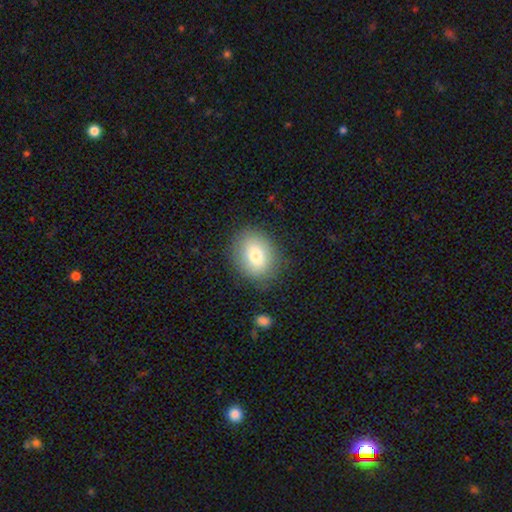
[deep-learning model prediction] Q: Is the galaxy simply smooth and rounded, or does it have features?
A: smooth — 77%.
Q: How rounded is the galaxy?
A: in between — 57%.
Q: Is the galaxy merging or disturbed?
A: none — 82%.